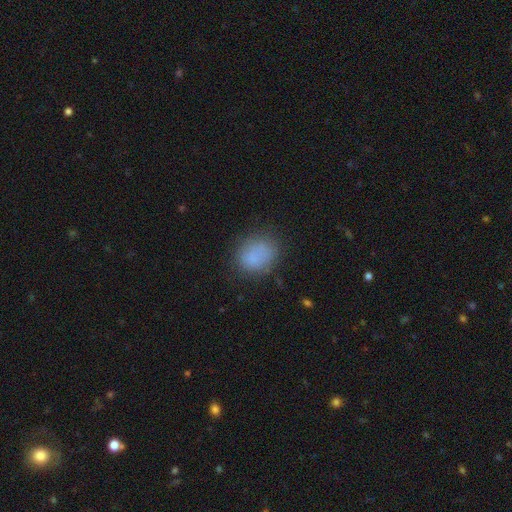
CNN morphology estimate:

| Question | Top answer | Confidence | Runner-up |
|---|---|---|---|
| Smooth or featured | smooth | 81% | star or artifact (11%) |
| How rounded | round | 52% | in between (47%) |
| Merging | none | 73% | minor disturbance (18%) |